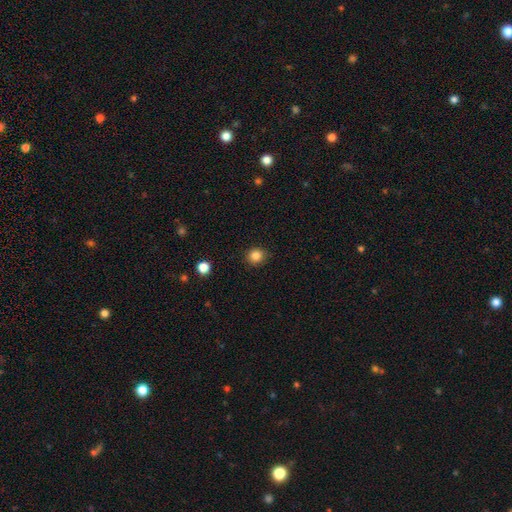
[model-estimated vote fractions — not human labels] Smooth or featured?
  - smooth: 84% *
  - star or artifact: 11%
  - featured or disk: 4%
How rounded?
  - round: 86% *
  - in between: 13%
  - cigar-shaped: 1%
Merging?
  - none: 89% *
  - minor disturbance: 8%
  - major disturbance: 2%
  - merger: 1%